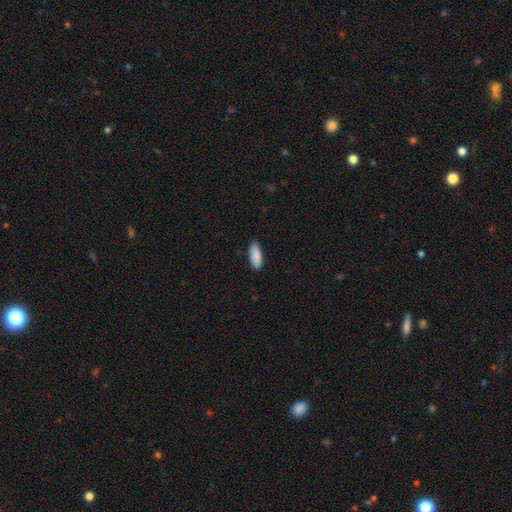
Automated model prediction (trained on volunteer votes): This appears to be a smooth galaxy with no disk features (90%) that is in between round and cigar-shaped (71%). Merging: none (88%).